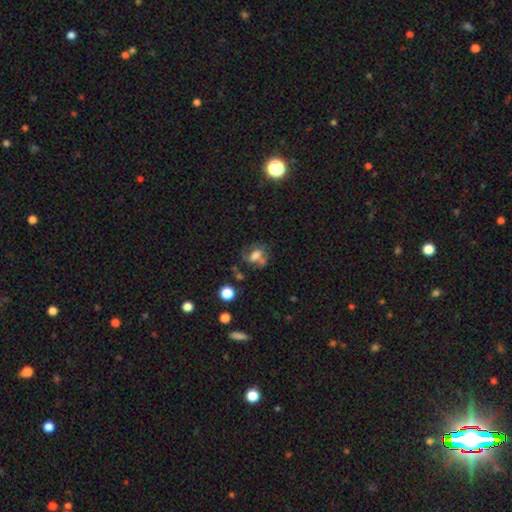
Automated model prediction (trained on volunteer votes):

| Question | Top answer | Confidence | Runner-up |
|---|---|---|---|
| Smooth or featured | smooth | 49% | featured or disk (36%) |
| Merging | none | 42% | minor disturbance (22%) |